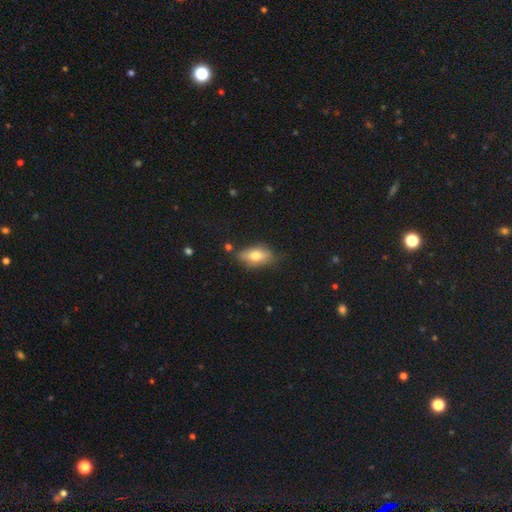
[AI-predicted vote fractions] Smooth or featured: smooth — 73% (featured or disk — 20%)
How rounded: in between — 85% (cigar-shaped — 10%)
Merging: none — 73% (minor disturbance — 20%)